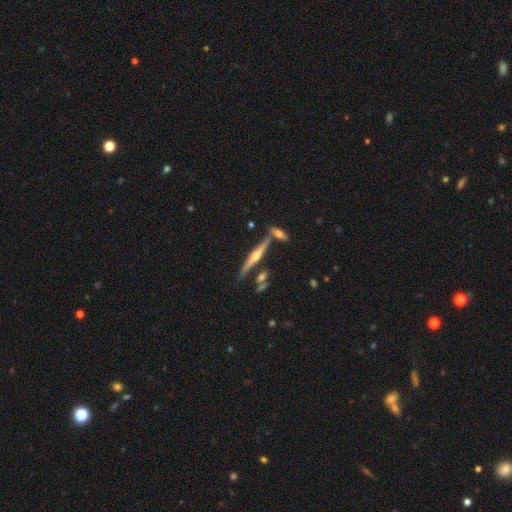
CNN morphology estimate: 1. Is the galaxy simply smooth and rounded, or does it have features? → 79% featured or disk, 15% smooth, 7% star or artifact.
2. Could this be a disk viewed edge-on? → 98% yes, 2% no.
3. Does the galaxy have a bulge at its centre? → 91% rounded, 5% none, 4% boxy.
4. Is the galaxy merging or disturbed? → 78% none, 11% merger, 9% minor disturbance, 2% major disturbance.